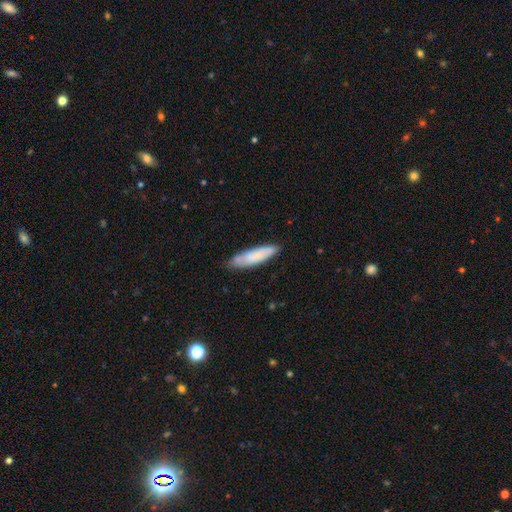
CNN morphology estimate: The model was most divided on "how rounded": cigar-shaped: 65%, in between: 34%, round: 1%. More confident: merging — none (75%); smooth or featured — smooth (73%).